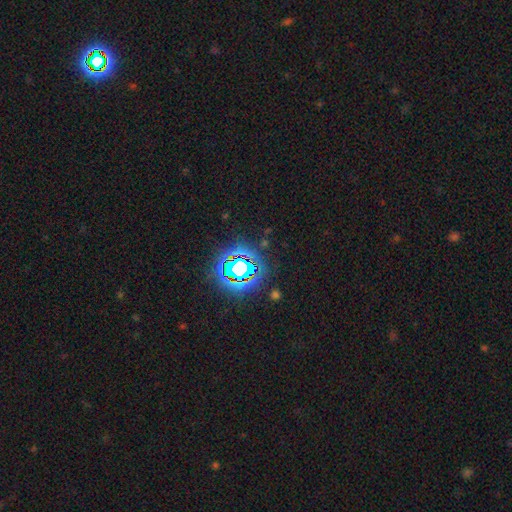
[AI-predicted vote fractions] Morphology: type=star or artifact (83%).